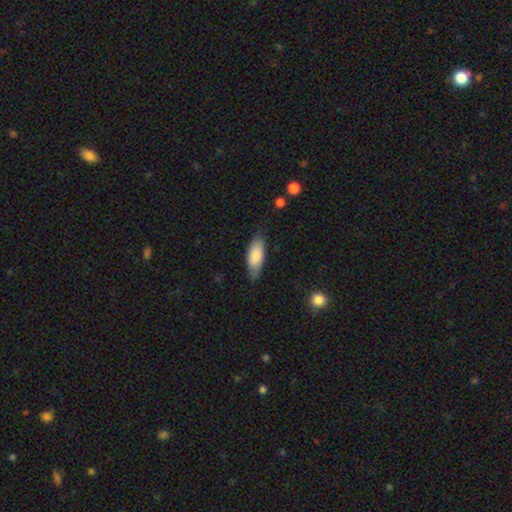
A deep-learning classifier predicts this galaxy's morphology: smooth 81%, featured or disk 14%, star or artifact 6%. Down the decision tree: how rounded — in between (77%); merging — none (73%).